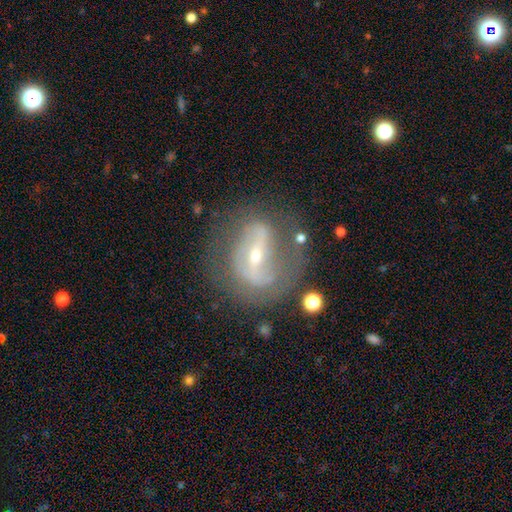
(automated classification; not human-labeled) Smooth or featured: featured or disk — 82% (smooth — 10%)
Edge-on disk: no — 93% (yes — 7%)
Bar: strong — 57% (weak — 28%)
Spiral arms: yes — 83% (no — 17%)
Spiral winding: medium — 42% (loose — 29%)
Spiral arm count: 2 — 73% (can't tell — 13%)
Bulge size: small — 60% (moderate — 36%)
Merging: none — 67% (minor disturbance — 18%)